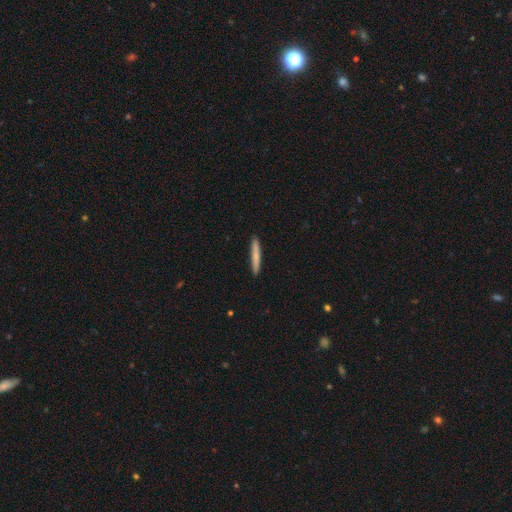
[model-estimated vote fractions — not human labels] Overall: smooth (76%). How rounded: cigar-shaped (95%). Merging: none (92%).